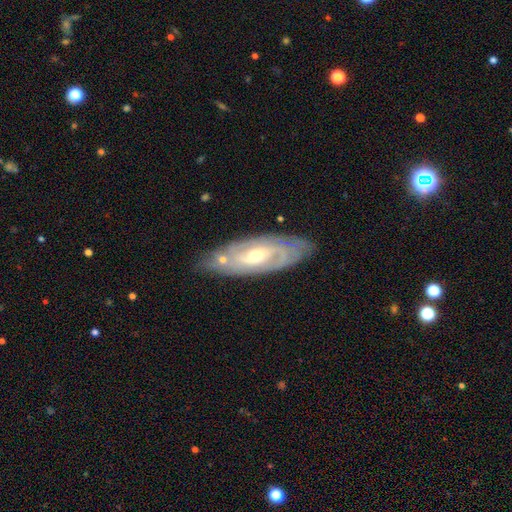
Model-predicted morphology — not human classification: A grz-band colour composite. It shows a featured or disk galaxy (81%) with no bar (42%, tied with weak), 2 (39%, tied with can't tell) tight (61%) spiral arms (88%) and a moderate central bulge (59%). Merging: none (75%).